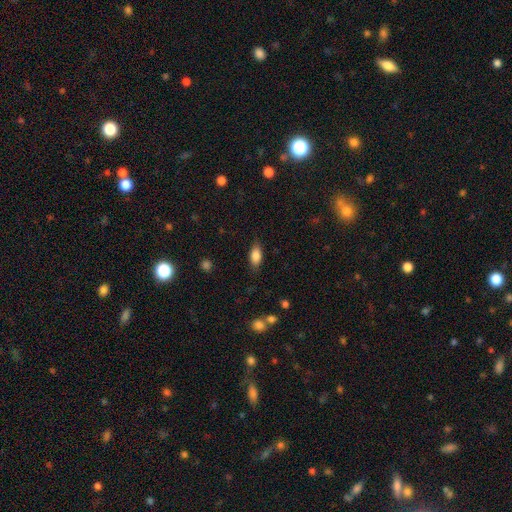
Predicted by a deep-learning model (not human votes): smooth_or_featured: smooth (p=0.82) [alt: featured or disk p=0.10]
how_rounded: in between (p=0.87) [alt: cigar-shaped p=0.09]
merging: none (p=0.82) [alt: minor disturbance p=0.13]